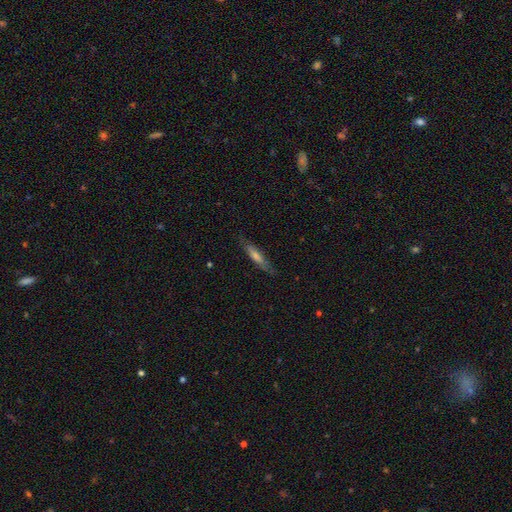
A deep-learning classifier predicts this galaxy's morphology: This is possibly a smooth galaxy (48%). Merging: likely none (80%).